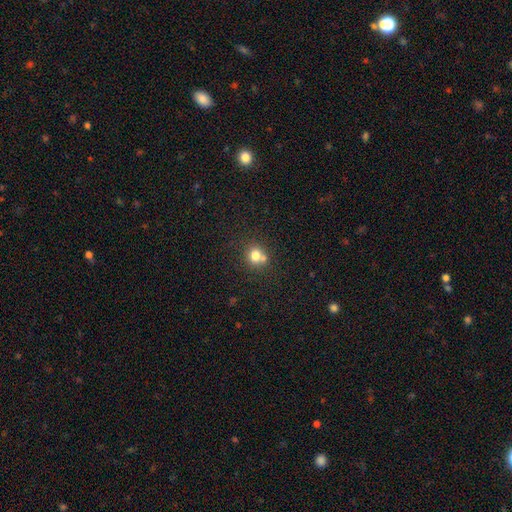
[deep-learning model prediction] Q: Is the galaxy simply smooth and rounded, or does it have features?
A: smooth — 76%.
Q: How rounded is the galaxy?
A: round — 81%.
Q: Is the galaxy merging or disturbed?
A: none — 54%.